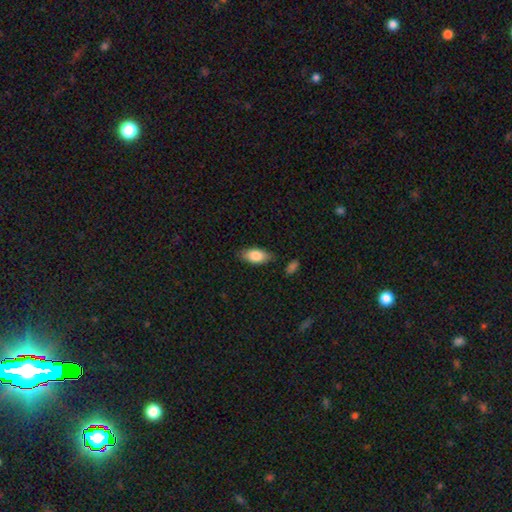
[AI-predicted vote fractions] The model was most divided on "merging": none: 81%, minor disturbance: 14%, major disturbance: 3%, merger: 2%. More confident: how rounded — in between (89%); smooth or featured — smooth (82%).